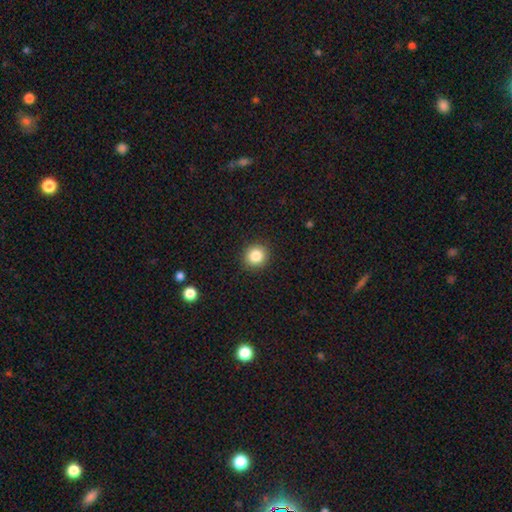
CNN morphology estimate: Smooth or featured: smooth — 84% (star or artifact — 10%)
How rounded: round — 89% (in between — 10%)
Merging: none — 91% (minor disturbance — 6%)